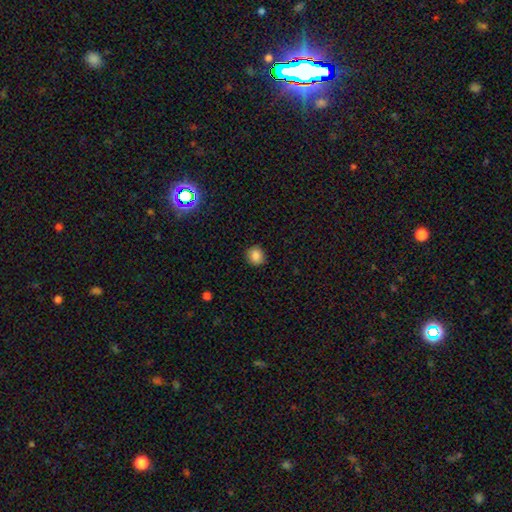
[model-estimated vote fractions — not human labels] Overall: smooth (85%). How rounded: round (85%). Merging: none (91%).